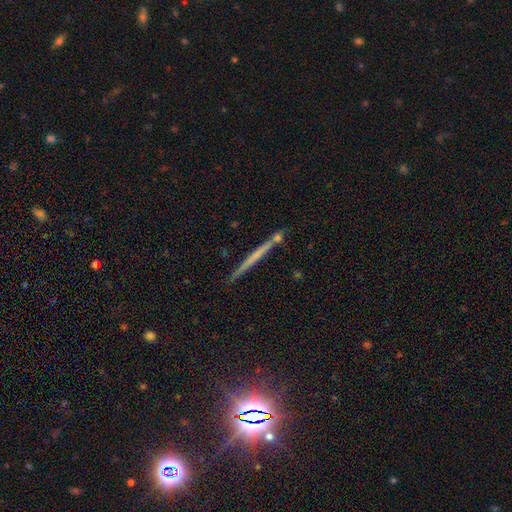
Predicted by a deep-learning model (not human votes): featured or disk 52%, smooth 40%, star or artifact 8%. Down the decision tree: edge-on disk — yes (97%); edge-on bulge — none (88%); merging — none (84%).